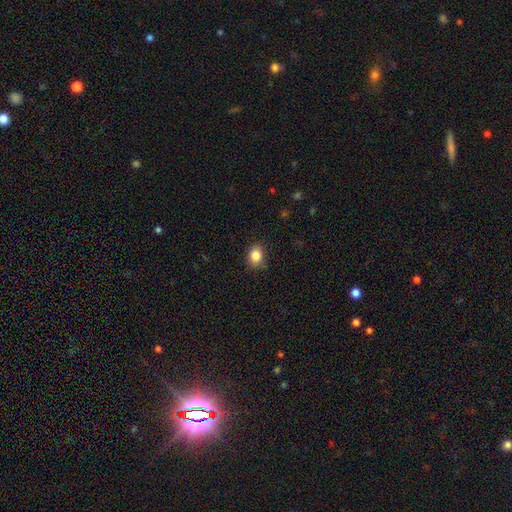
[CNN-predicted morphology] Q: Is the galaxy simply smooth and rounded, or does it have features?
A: smooth — 85%.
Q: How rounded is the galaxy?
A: in between — 57%.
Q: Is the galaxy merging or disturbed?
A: none — 82%.